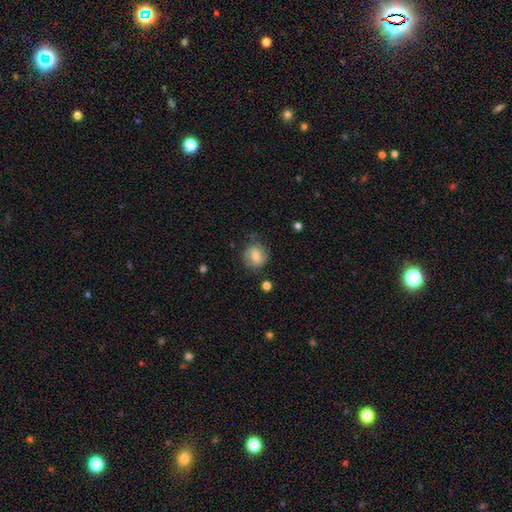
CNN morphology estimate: Smooth or featured? smooth (63%)
How rounded? round (76%)
Merging? none (68%)